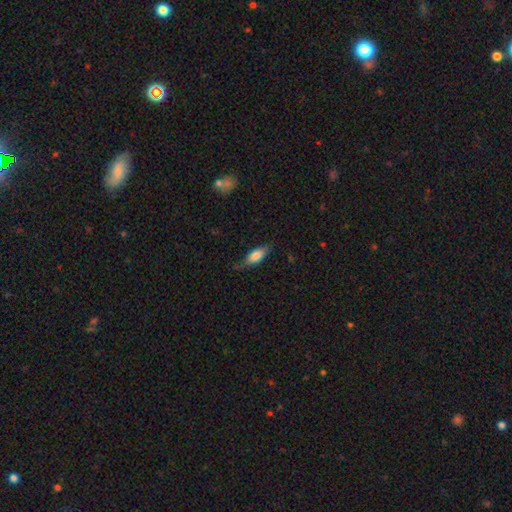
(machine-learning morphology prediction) smooth_or_featured: smooth (p=0.74) [alt: featured or disk p=0.19]
how_rounded: in between (p=0.74) [alt: cigar-shaped p=0.24]
merging: none (p=0.64) [alt: minor disturbance p=0.27]